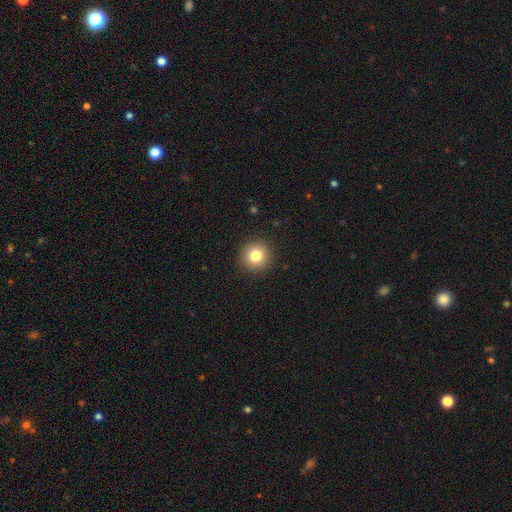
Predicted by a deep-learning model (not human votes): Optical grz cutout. It shows a smooth galaxy with no disk features (81%) that is round (94%). Merging: none (92%).